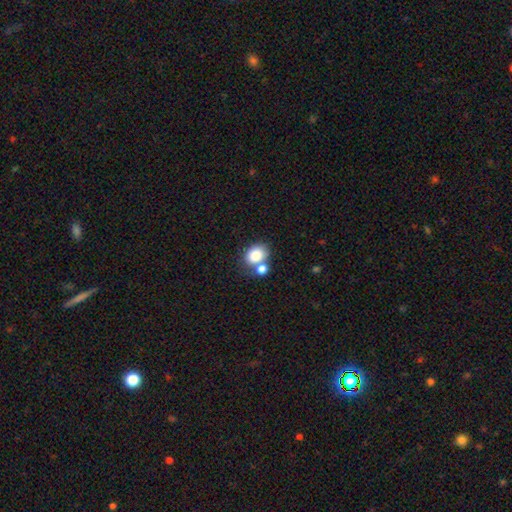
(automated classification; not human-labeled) Overall: smooth (82%). How rounded: in between (53%; round 46%). Merging: none (47%; merger 38%).